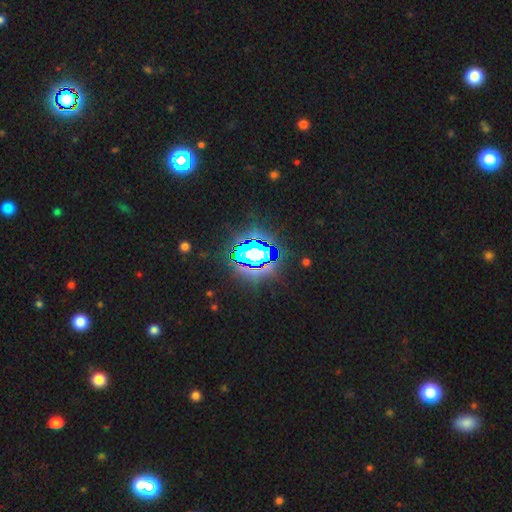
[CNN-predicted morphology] Smooth or featured? Predicted: star or artifact (p=0.75).